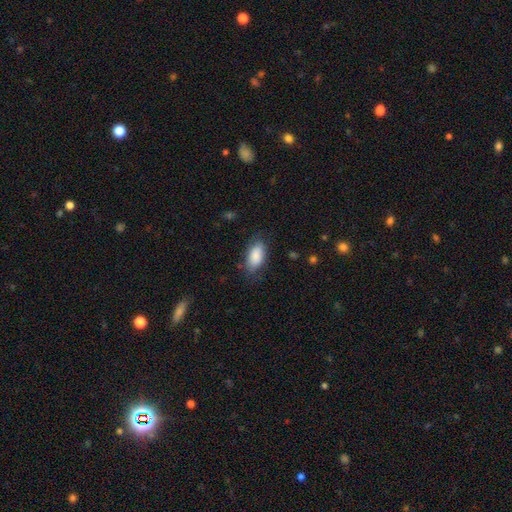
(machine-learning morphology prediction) Q: Smooth or featured?
A: smooth (86%); runner-up: featured or disk (8%)
Q: How rounded?
A: in between (92%); runner-up: cigar-shaped (5%)
Q: Merging?
A: none (73%); runner-up: minor disturbance (19%)